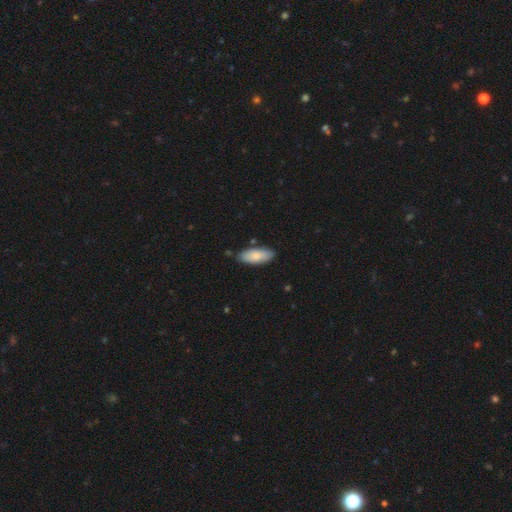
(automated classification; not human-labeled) This appears to be a smooth galaxy with no disk features (81%) that is in between round and cigar-shaped (83%). Merging: none (80%).